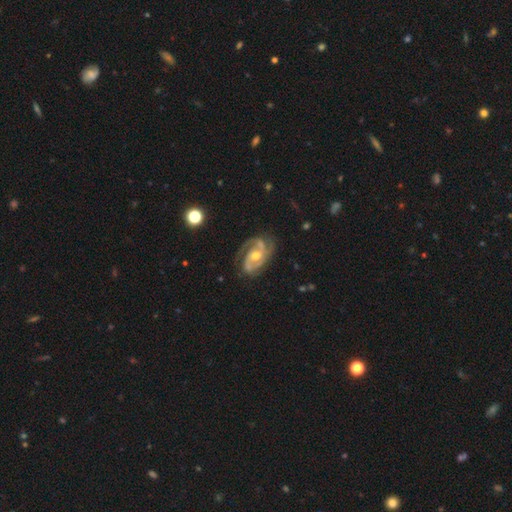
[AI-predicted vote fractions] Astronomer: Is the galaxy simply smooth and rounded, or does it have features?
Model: featured or disk — 91%.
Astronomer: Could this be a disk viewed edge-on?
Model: no — 97%.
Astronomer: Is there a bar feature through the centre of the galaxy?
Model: no — 53% (runner-up: weak, 34%).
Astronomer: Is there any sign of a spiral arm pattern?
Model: yes — 98%.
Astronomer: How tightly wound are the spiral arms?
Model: medium — 48% (runner-up: tight, 43%).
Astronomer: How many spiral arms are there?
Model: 2 — 57%.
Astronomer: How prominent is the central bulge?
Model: moderate — 70%.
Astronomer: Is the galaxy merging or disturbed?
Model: none — 70%.